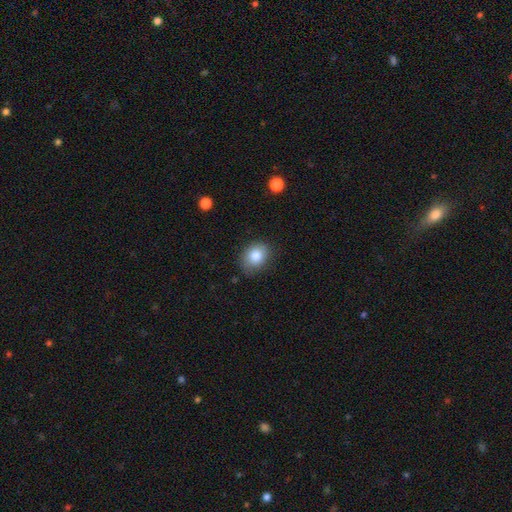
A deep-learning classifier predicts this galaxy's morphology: A smooth galaxy with no disk features (82%) that is in between round and cigar-shaped (59%).

Vote fractions:
- Smooth or featured? smooth: 82% / star or artifact: 9% / featured or disk: 9%
- How rounded? in between: 59% / round: 40% / cigar-shaped: 1%
- Merging? none: 78% / minor disturbance: 17% / major disturbance: 4% / merger: 1%